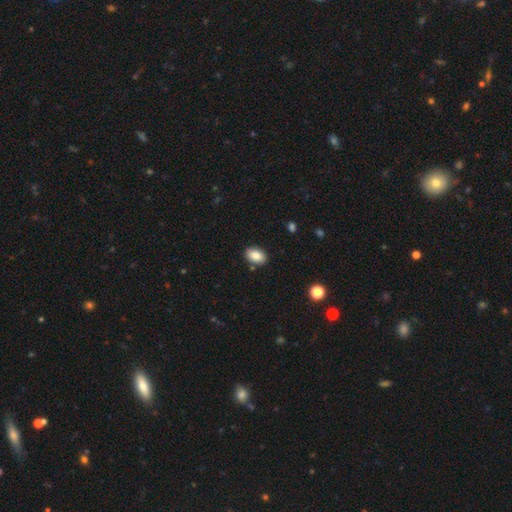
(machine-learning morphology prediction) This is clearly a smooth galaxy (86%). How rounded: clearly in between (86%). Merging: clearly none (85%).